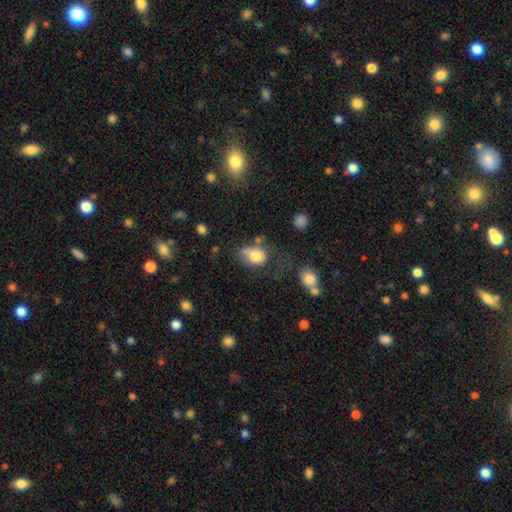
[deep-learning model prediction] The model was most divided on "merging": none: 33%, major disturbance: 29%, minor disturbance: 27%, merger: 12%. More confident: smooth or featured — smooth (75%); how rounded — in between (65%).